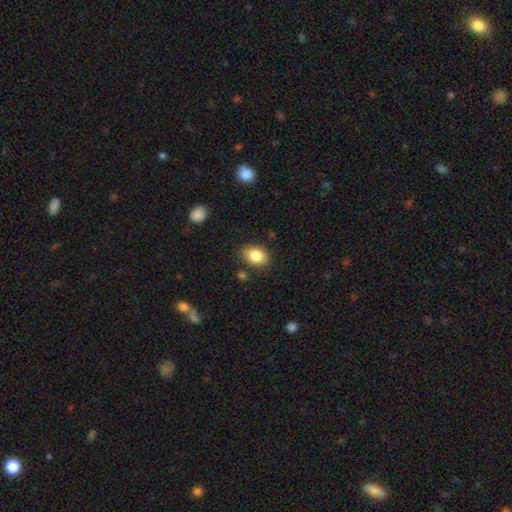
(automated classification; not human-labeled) smooth_or_featured: smooth (p=0.85) [alt: star or artifact p=0.08]
how_rounded: in between (p=0.76) [alt: round p=0.23]
merging: none (p=0.80) [alt: minor disturbance p=0.14]